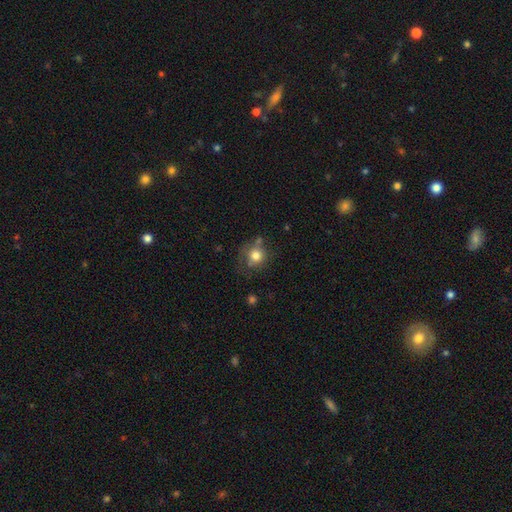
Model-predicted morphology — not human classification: The model was most divided on "merging": none: 57%, minor disturbance: 23%, major disturbance: 12%, merger: 8%. More confident: how rounded — round (85%); smooth or featured — smooth (77%).